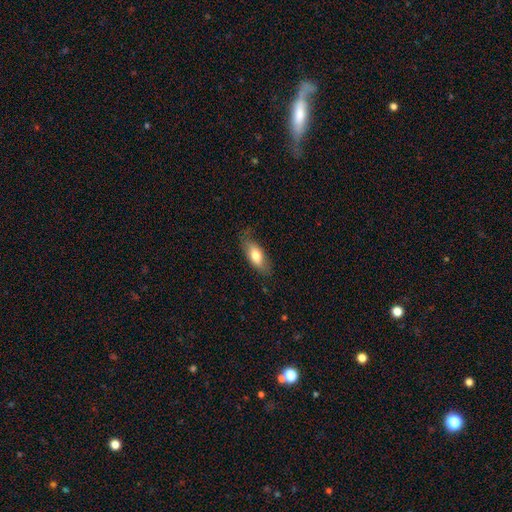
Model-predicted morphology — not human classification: A smooth galaxy with no disk features (74%) that is in between round and cigar-shaped (80%).

Vote fractions:
- Smooth or featured? smooth: 74% / featured or disk: 20% / star or artifact: 6%
- How rounded? in between: 80% / cigar-shaped: 17% / round: 3%
- Merging? none: 73% / minor disturbance: 21% / major disturbance: 5% / merger: 1%